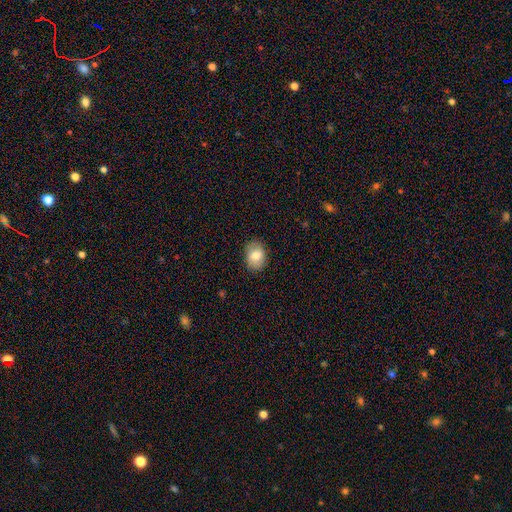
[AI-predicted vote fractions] smooth-or-featured: smooth: 78% | featured or disk: 14% | star or artifact: 8%
  how-rounded: in between: 65% | round: 34% | cigar-shaped: 1%
  merging: none: 83% | minor disturbance: 13% | major disturbance: 3% | merger: 1%